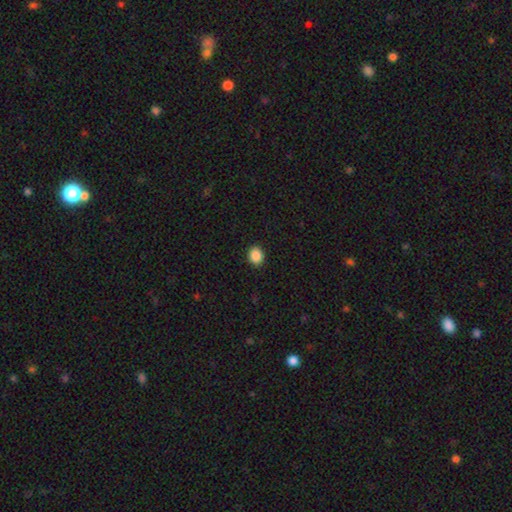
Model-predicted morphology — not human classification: Smooth or featured?
  - smooth: 89% *
  - star or artifact: 9%
  - featured or disk: 2%
How rounded?
  - round: 59% *
  - in between: 40%
  - cigar-shaped: 1%
Merging?
  - none: 91% *
  - minor disturbance: 6%
  - major disturbance: 2%
  - merger: 1%